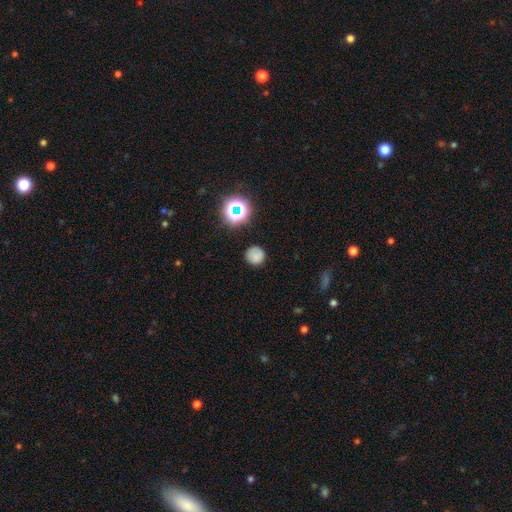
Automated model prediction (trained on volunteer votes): Overall: smooth (75%). How rounded: round (93%). Merging: none (83%).